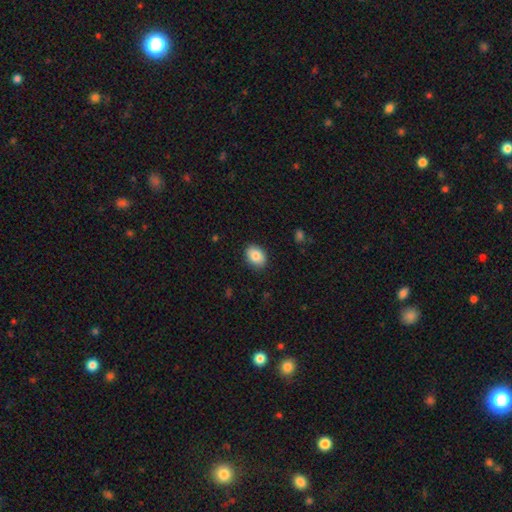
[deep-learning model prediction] Smooth or featured? Predicted: smooth (p=0.85). How rounded? Predicted: in between (p=0.72). Merging? Predicted: none (p=0.88).